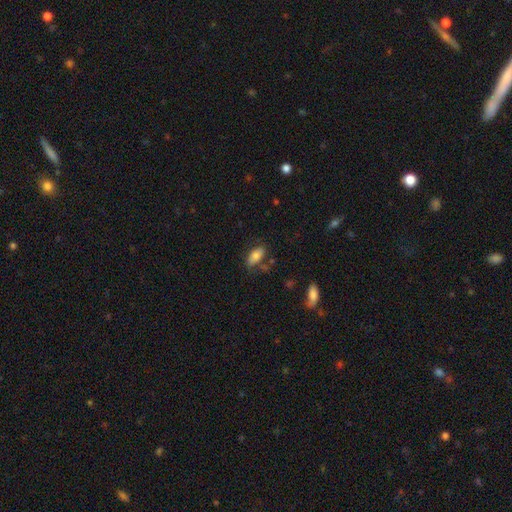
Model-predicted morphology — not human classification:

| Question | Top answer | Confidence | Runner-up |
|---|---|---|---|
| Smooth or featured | smooth | 76% | featured or disk (16%) |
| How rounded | in between | 89% | cigar-shaped (7%) |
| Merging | none | 63% | minor disturbance (21%) |